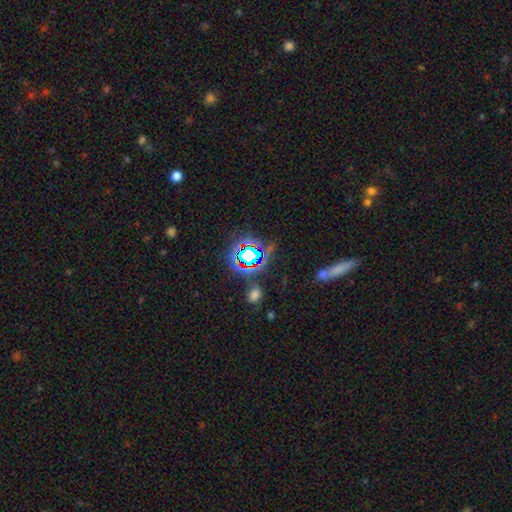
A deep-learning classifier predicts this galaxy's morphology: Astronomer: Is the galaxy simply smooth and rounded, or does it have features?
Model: star or artifact — 66%.